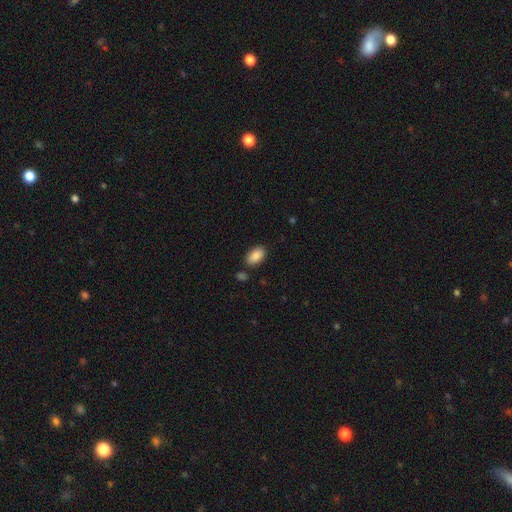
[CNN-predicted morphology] smooth 88%, star or artifact 7%, featured or disk 4%. Down the decision tree: how rounded — in between (93%); merging — none (82%).